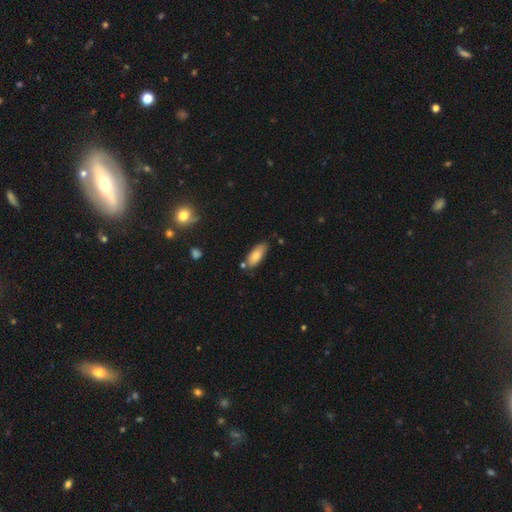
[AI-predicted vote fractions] A smooth galaxy with no disk features (82%) that is in between round and cigar-shaped (78%).

Vote fractions:
- Smooth or featured? smooth: 82% / featured or disk: 12% / star or artifact: 7%
- How rounded? in between: 78% / cigar-shaped: 20% / round: 2%
- Merging? none: 72% / minor disturbance: 18% / merger: 6% / major disturbance: 3%